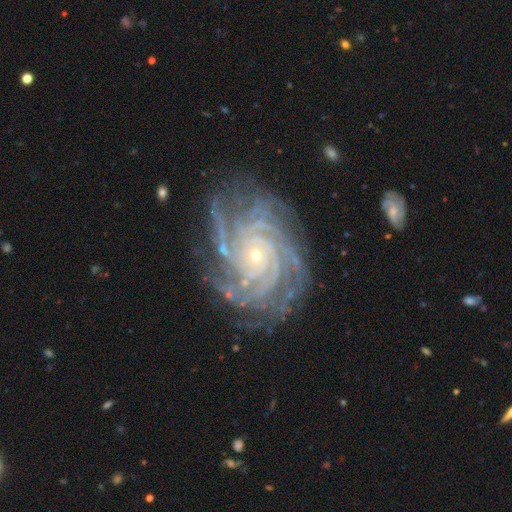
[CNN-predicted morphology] This is clearly a featured or disk galaxy (92%). It is clearly not viewed edge-on (98%). Bar: likely no (77%). Spiral arm pattern: clearly yes (99%). Spiral arm count: marginally more than 4 (33%). Spiral winding: clearly tight (80%). Central bulge: clearly small (84%). Merging: likely none (78%).